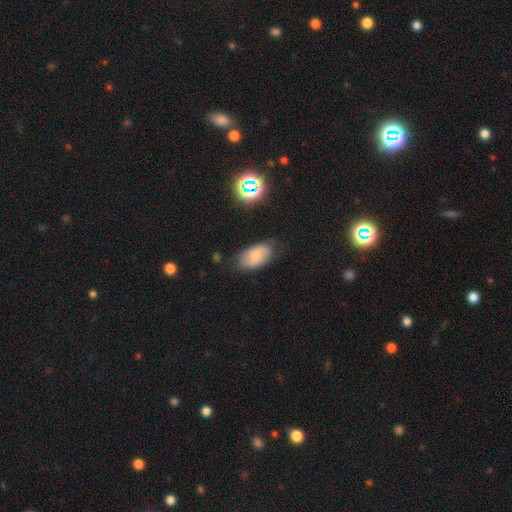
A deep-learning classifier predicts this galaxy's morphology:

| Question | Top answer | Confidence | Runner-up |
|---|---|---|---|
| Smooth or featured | smooth | 67% | featured or disk (24%) |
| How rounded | in between | 92% | round (6%) |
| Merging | none | 71% | minor disturbance (22%) |